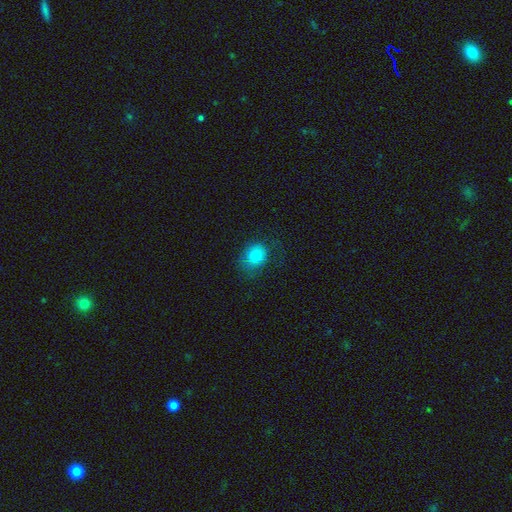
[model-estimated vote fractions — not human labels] This is clearly a smooth galaxy (82%). How rounded: possibly round (55%). Merging: likely none (65%).